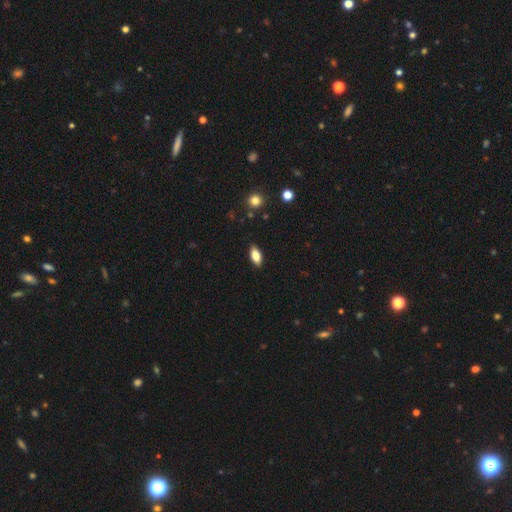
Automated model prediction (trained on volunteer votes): This is likely a smooth galaxy (79%). How rounded: clearly in between (87%). Merging: clearly none (87%).